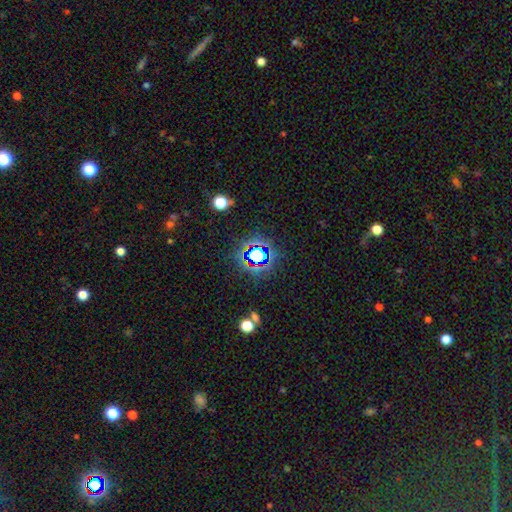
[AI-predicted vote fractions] Overall: star or artifact (70%).